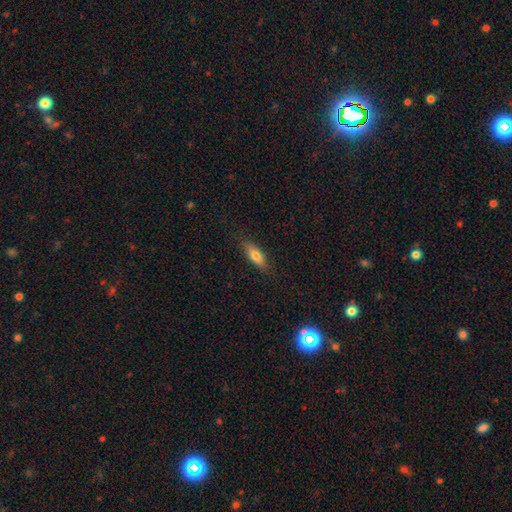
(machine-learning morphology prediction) smooth 76%, featured or disk 17%, star or artifact 7%. Down the decision tree: how rounded — in between (68%); merging — none (85%).